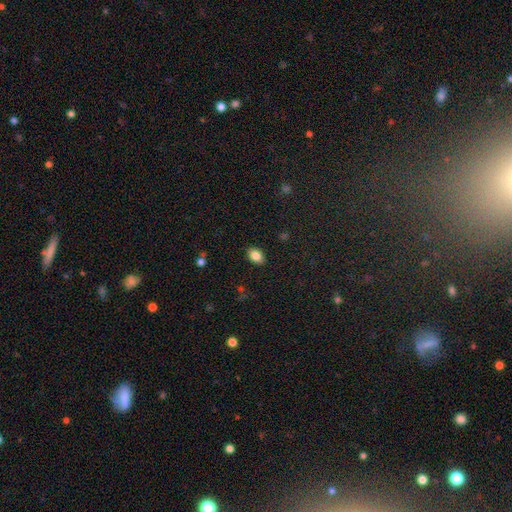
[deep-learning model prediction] smooth 85%, star or artifact 9%, featured or disk 6%. Down the decision tree: how rounded — in between (80%); merging — none (88%).